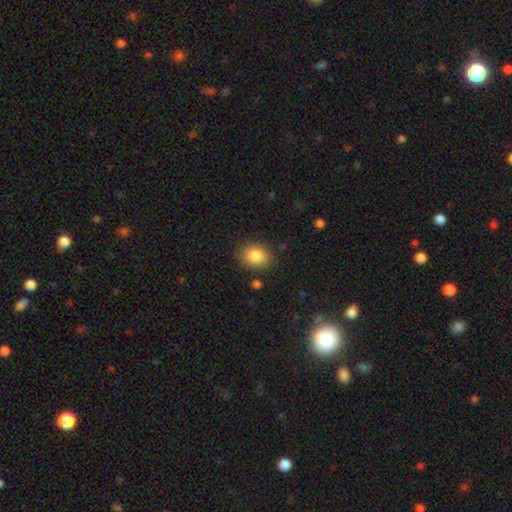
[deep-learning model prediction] This appears to be a smooth galaxy with no disk features (85%) that is round (53%). Merging: none (83%).